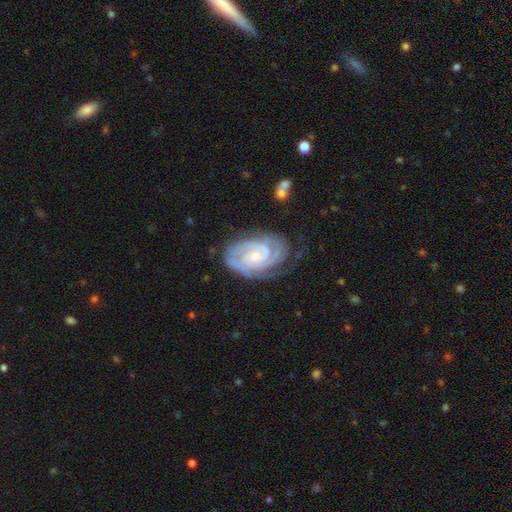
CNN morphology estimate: Q: Smooth or featured?
A: featured or disk (88%); runner-up: smooth (7%)
Q: Edge-on disk?
A: no (97%); runner-up: yes (3%)
Q: Bar?
A: no (69%); runner-up: weak (26%)
Q: Spiral arms?
A: yes (97%); runner-up: no (3%)
Q: Spiral winding?
A: tight (73%); runner-up: medium (23%)
Q: Spiral arm count?
A: 2 (29%); runner-up: 3 (28%)
Q: Bulge size?
A: small (66%); runner-up: moderate (30%)
Q: Merging?
A: none (66%); runner-up: minor disturbance (23%)